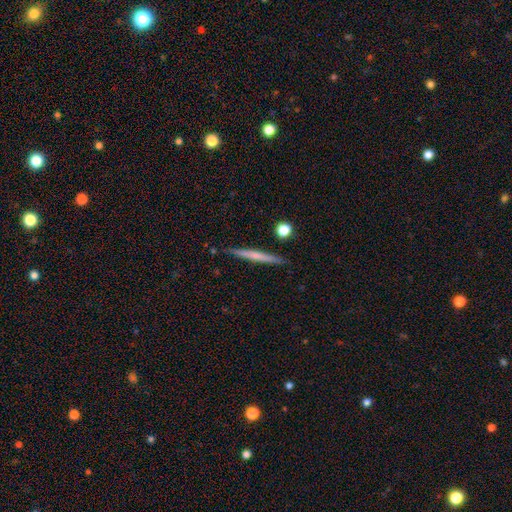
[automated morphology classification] Q: Smooth or featured?
A: smooth (52%); runner-up: featured or disk (42%)
Q: How rounded?
A: cigar-shaped (96%); runner-up: in between (2%)
Q: Merging?
A: none (89%); runner-up: minor disturbance (8%)